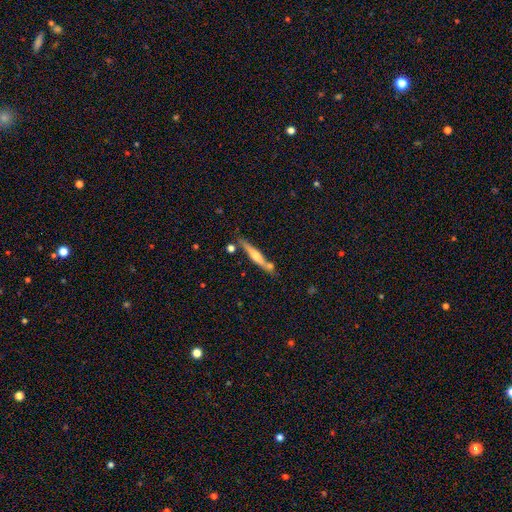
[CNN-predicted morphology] A featured or disk galaxy (60%) viewed edge-on (95%) with a rounded central bulge (87%).

Vote fractions:
- Smooth or featured? featured or disk: 60% / smooth: 34% / star or artifact: 6%
- Edge-on disk? yes: 95% / no: 5%
- Edge-on bulge? rounded: 87% / none: 9% / boxy: 5%
- Merging? none: 71% / minor disturbance: 13% / merger: 12% / major disturbance: 3%